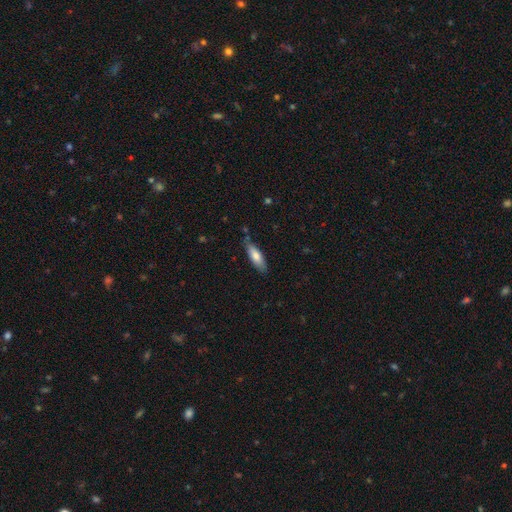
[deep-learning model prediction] This is likely a smooth galaxy (76%). How rounded: possibly in between (52%). Merging: likely none (77%).